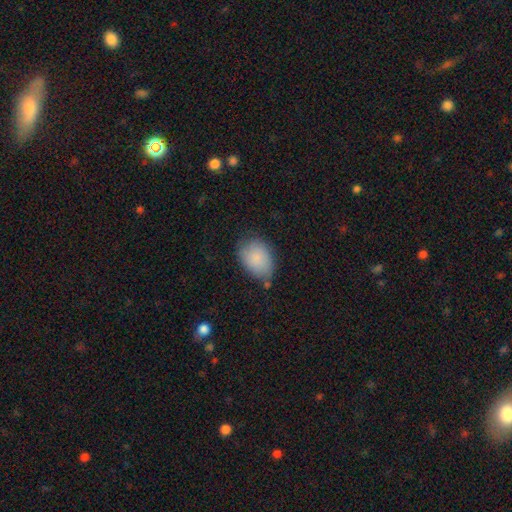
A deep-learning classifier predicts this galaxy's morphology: A smooth galaxy with no disk features (86%) that is in between round and cigar-shaped (78%). Merging: none (68%).